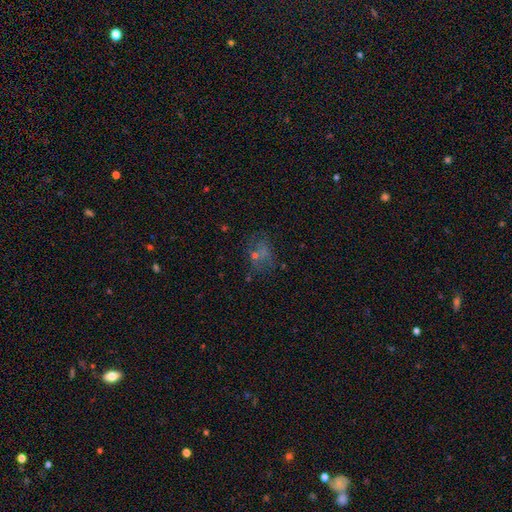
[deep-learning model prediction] Q: Smooth or featured?
A: smooth (40%); runner-up: star or artifact (32%)
Q: Merging?
A: none (55%); runner-up: major disturbance (19%)